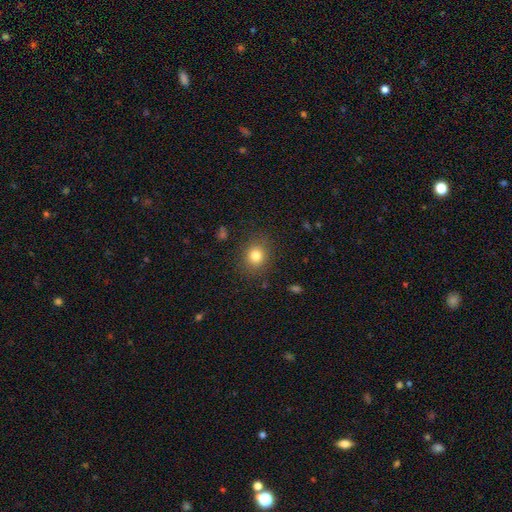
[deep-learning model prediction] Morphology: type=smooth (81%); roundness=round (75%); merging=none (86%).